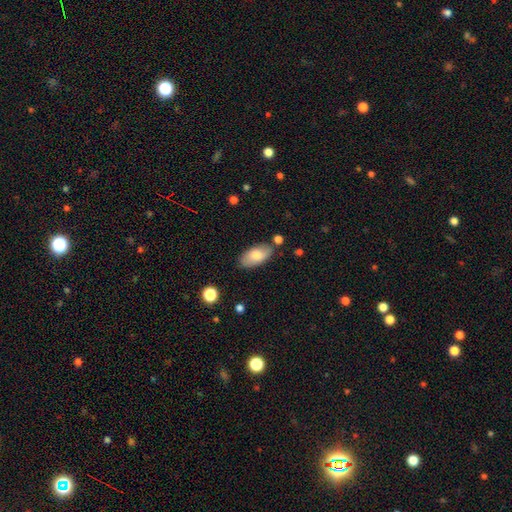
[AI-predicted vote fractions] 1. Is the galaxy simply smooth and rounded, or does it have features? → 76% smooth, 18% featured or disk, 7% star or artifact.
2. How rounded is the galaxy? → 94% in between, 4% cigar-shaped, 3% round.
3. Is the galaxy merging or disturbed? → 80% none, 13% minor disturbance, 4% merger, 3% major disturbance.